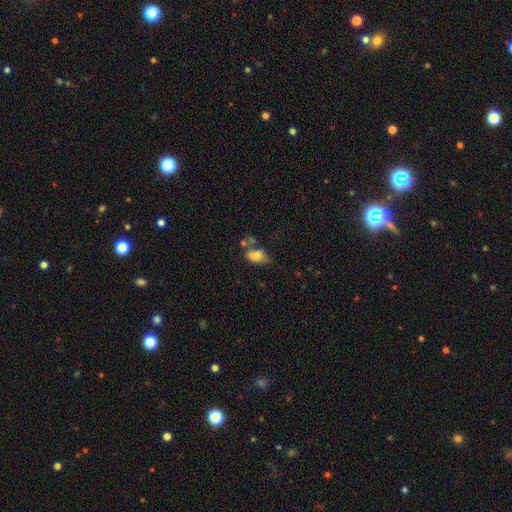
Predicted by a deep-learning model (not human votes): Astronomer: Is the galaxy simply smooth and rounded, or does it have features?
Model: smooth — 76%.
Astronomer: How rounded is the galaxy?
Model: in between — 87%.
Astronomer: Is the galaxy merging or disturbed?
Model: none — 37% (runner-up: minor disturbance, 26%).